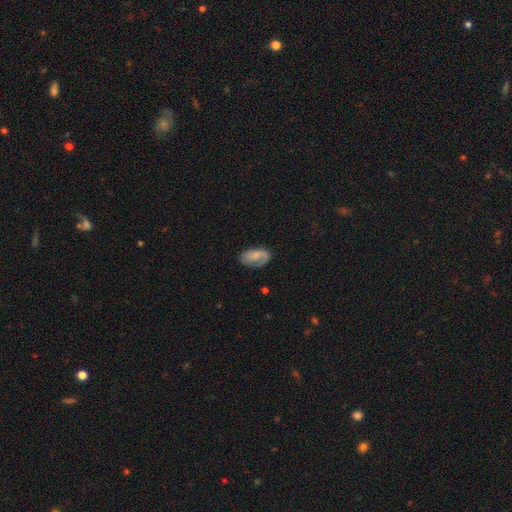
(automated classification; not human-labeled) smooth 48%, featured or disk 45%, star or artifact 7%. Down the decision tree: merging — none (62%).